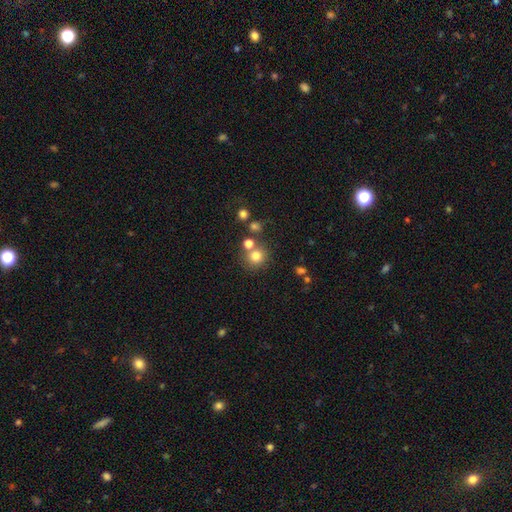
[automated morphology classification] A smooth galaxy with no disk features (78%) that is round (90%).

Vote fractions:
- Smooth or featured? smooth: 78% / star or artifact: 14% / featured or disk: 8%
- How rounded? round: 90% / in between: 9% / cigar-shaped: 1%
- Merging? none: 68% / merger: 19% / minor disturbance: 9% / major disturbance: 4%